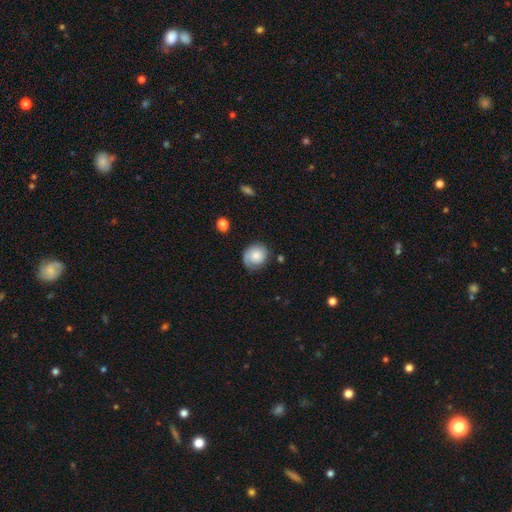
Q: Smooth or featured?
A: featured or disk (77%); runner-up: smooth (18%)
Q: Edge-on disk?
A: no (100%)
Q: Bar?
A: no (90%); runner-up: weak (7%)
Q: Spiral arms?
A: yes (93%); runner-up: no (7%)
Q: Spiral winding?
A: tight (71%); runner-up: medium (29%)
Q: Spiral arm count?
A: 1 (46%); runner-up: 2 (36%)
Q: Bulge size?
A: moderate (40%); runner-up: small (30%)
Q: Merging?
A: none (76%); runner-up: minor disturbance (19%)